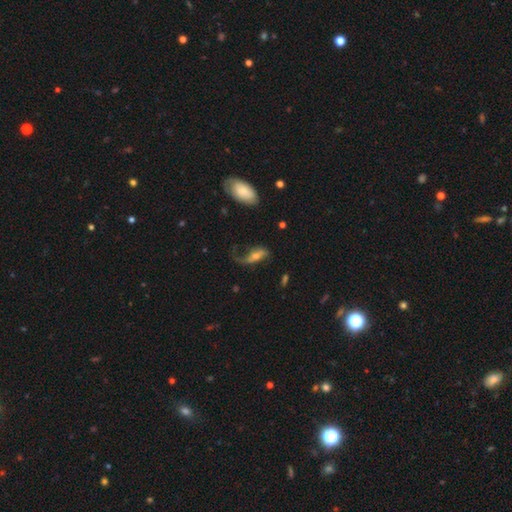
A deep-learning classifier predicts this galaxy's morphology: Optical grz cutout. It shows a featured or disk galaxy (51%). Merging: major disturbance (37%).